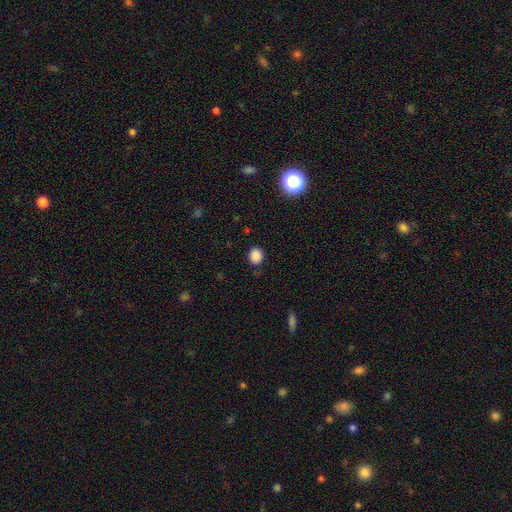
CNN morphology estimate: A smooth galaxy with no disk features (86%) that is round (73%).

Vote fractions:
- Smooth or featured? smooth: 86% / star or artifact: 11% / featured or disk: 3%
- How rounded? round: 73% / in between: 26% / cigar-shaped: 1%
- Merging? none: 85% / minor disturbance: 11% / major disturbance: 3% / merger: 1%